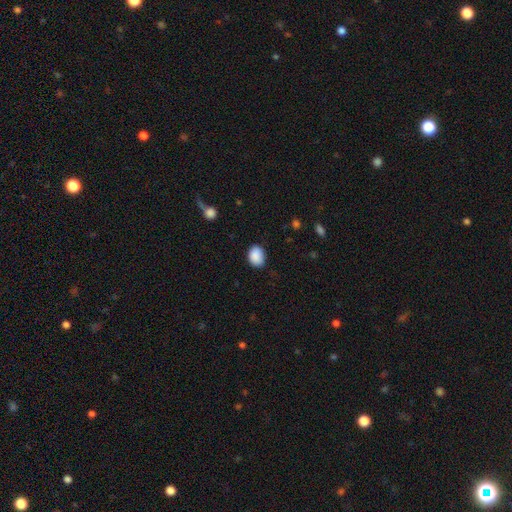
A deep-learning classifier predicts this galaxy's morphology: Q: Smooth or featured?
A: smooth (90%); runner-up: star or artifact (7%)
Q: How rounded?
A: in between (66%); runner-up: round (33%)
Q: Merging?
A: none (83%); runner-up: minor disturbance (13%)